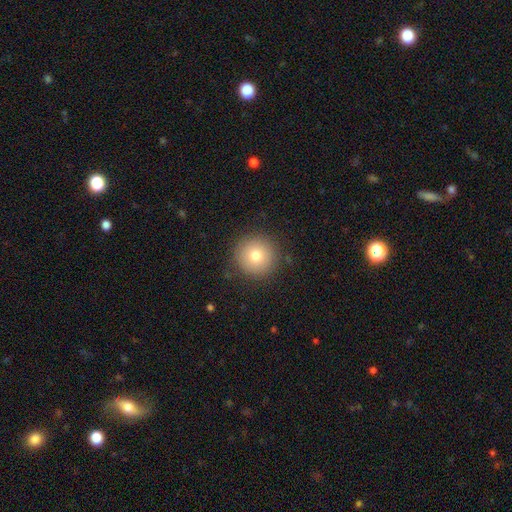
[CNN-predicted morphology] Smooth or featured?
  - smooth: 77% *
  - featured or disk: 12%
  - star or artifact: 11%
How rounded?
  - round: 96% *
  - in between: 3%
  - cigar-shaped: 1%
Merging?
  - none: 89% *
  - minor disturbance: 7%
  - major disturbance: 3%
  - merger: 1%